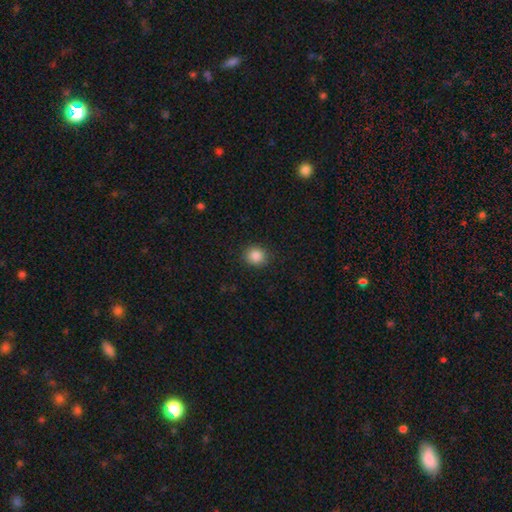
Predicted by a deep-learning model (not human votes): Smooth or featured? Predicted: smooth (p=0.87). How rounded? Predicted: round (p=0.85). Merging? Predicted: none (p=0.90).